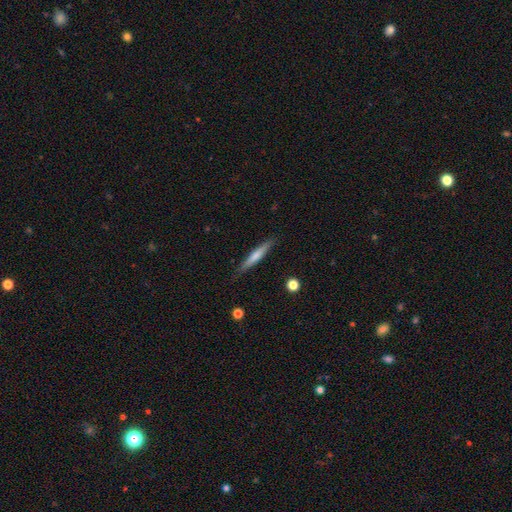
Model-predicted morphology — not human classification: A smooth galaxy with no disk features (59%) that is cigar-shaped (94%).

Vote fractions:
- Smooth or featured? smooth: 59% / featured or disk: 35% / star or artifact: 6%
- How rounded? cigar-shaped: 94% / in between: 5% / round: 1%
- Merging? none: 85% / minor disturbance: 12% / major disturbance: 2% / merger: 1%